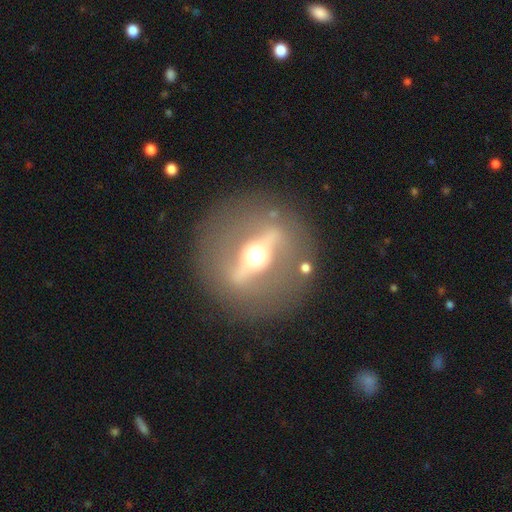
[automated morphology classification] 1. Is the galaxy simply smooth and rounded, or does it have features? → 80% featured or disk, 13% smooth, 7% star or artifact.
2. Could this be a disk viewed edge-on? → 51% no, 49% yes.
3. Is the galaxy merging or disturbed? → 84% none, 8% minor disturbance, 6% major disturbance, 2% merger.